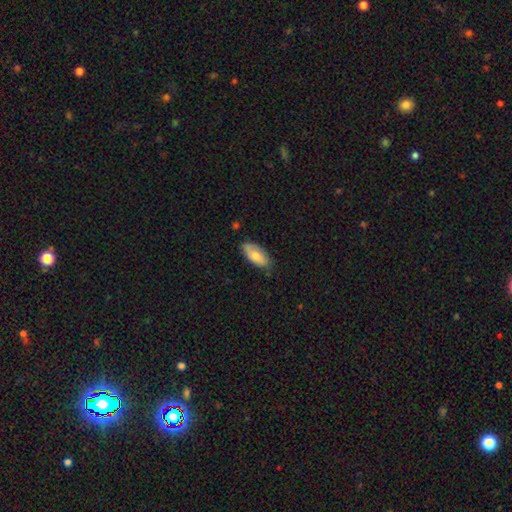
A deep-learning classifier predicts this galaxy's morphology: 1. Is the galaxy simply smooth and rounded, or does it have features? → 76% smooth, 18% featured or disk, 6% star or artifact.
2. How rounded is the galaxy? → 89% in between, 9% cigar-shaped, 2% round.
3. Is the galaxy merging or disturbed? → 75% none, 21% minor disturbance, 3% major disturbance, 1% merger.